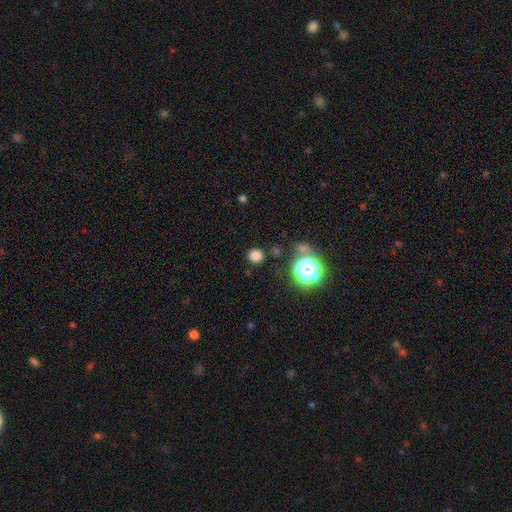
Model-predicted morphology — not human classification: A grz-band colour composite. It shows a smooth galaxy with no disk features (78%) that is round (90%). Merging: none (85%).